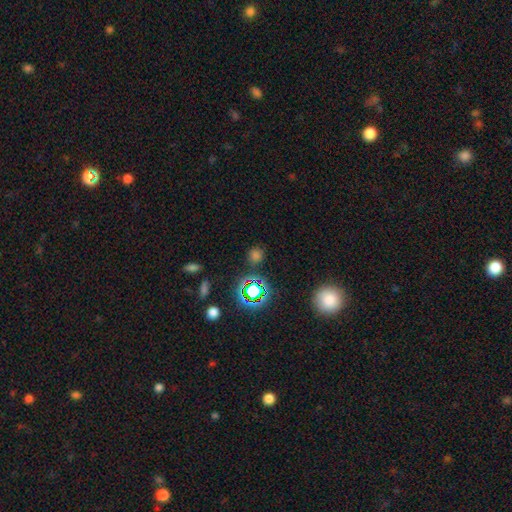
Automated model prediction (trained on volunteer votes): smooth-or-featured: smooth: 51% | star or artifact: 43% | featured or disk: 7%
  how-rounded: round: 82% | in between: 16% | cigar-shaped: 2%
  merging: none: 80% | minor disturbance: 10% | merger: 5% | major disturbance: 5%